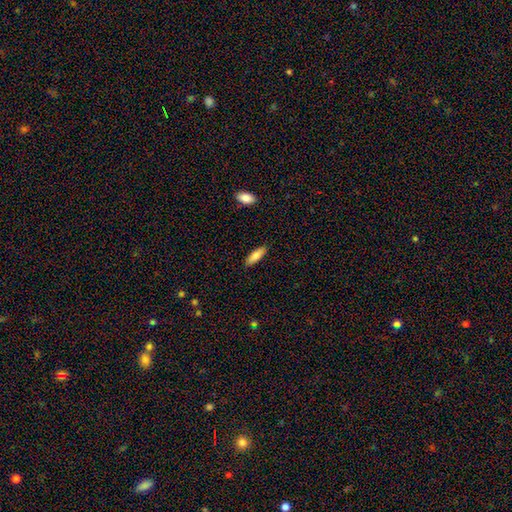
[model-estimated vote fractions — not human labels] Smooth or featured: smooth — 81% (featured or disk — 13%)
How rounded: cigar-shaped — 50% (in between — 49%)
Merging: none — 88% (minor disturbance — 9%)